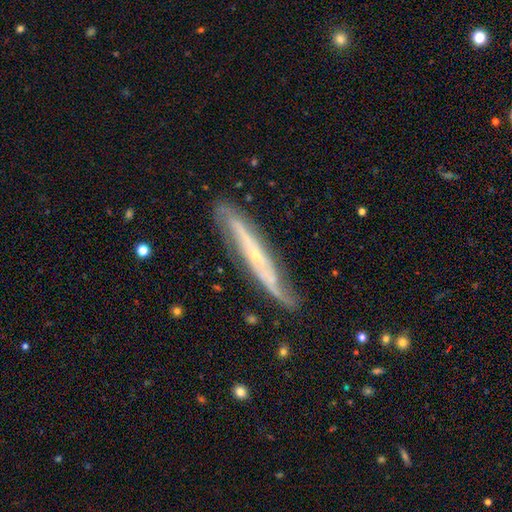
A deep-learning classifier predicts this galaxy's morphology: A featured or disk galaxy (80%) viewed edge-on (58%). Merging: none (75%).